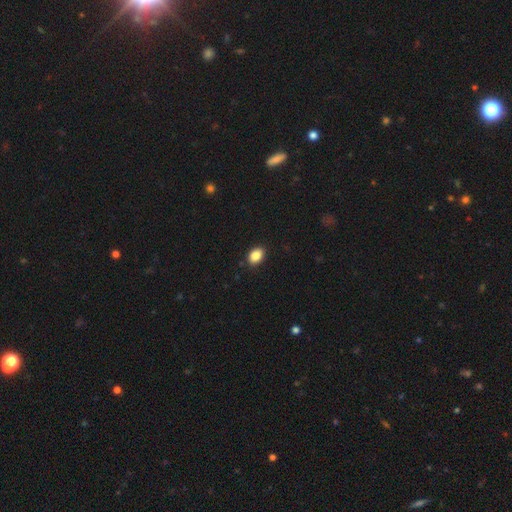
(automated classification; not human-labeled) Smooth or featured? smooth (88%)
How rounded? in between (79%)
Merging? none (89%)